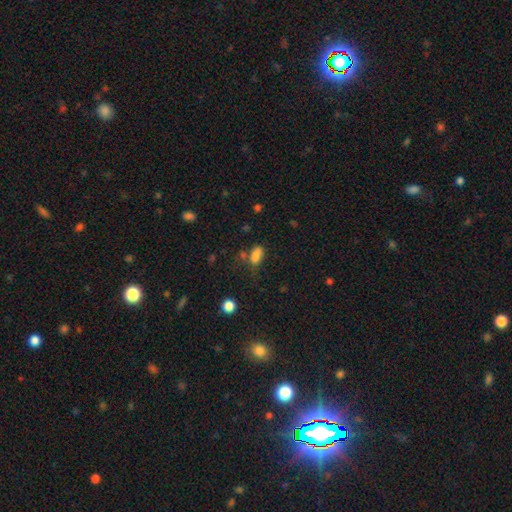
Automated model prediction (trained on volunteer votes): This appears to be a smooth galaxy with no disk features (80%) that is in between round and cigar-shaped (86%). Merging: none (52%).